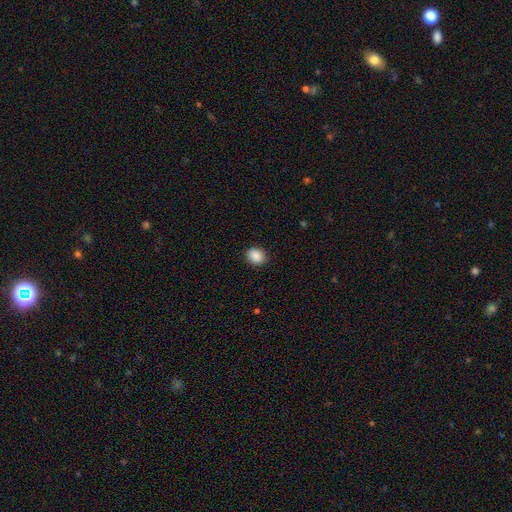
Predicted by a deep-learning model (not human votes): Smooth or featured? Predicted: smooth (p=0.89). How rounded? Predicted: round (p=0.65). Merging? Predicted: none (p=0.89).